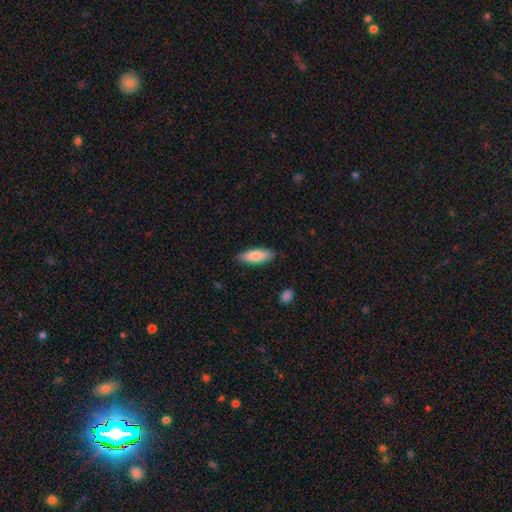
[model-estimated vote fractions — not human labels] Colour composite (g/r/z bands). It shows a smooth galaxy with no disk features (82%) that is in between round and cigar-shaped (61%). Merging: none (86%).